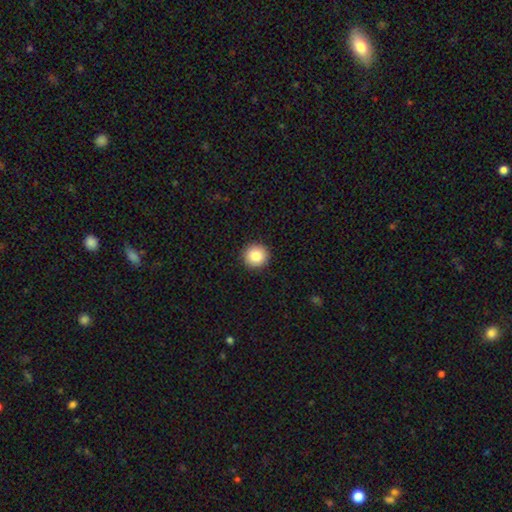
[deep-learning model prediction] smooth-or-featured: smooth: 84% | star or artifact: 9% | featured or disk: 6%
  how-rounded: round: 95% | in between: 4% | cigar-shaped: 1%
  merging: none: 93% | minor disturbance: 4% | major disturbance: 1% | merger: 1%